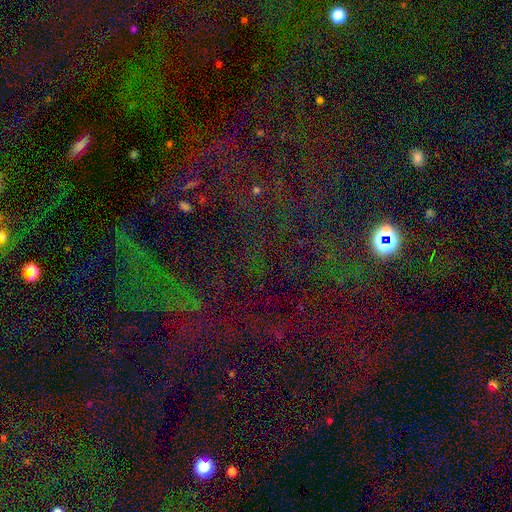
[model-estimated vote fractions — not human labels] A star or artifact, not a galaxy (77%).